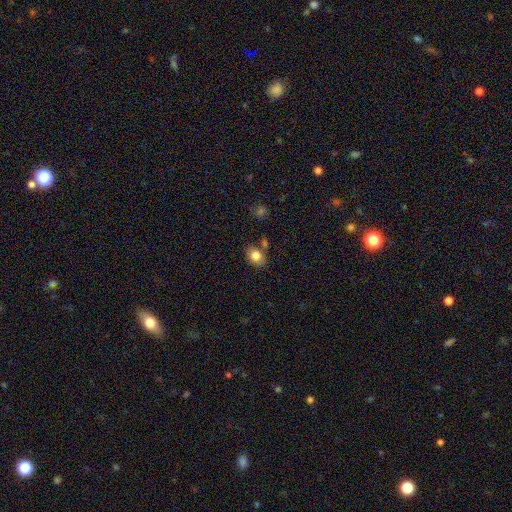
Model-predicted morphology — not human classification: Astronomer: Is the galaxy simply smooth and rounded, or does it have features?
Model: smooth — 82%.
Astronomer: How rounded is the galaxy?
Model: in between — 67%.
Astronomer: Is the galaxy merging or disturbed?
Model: none — 73%.